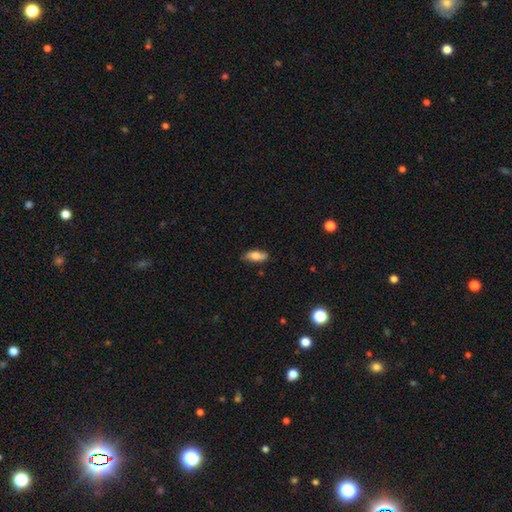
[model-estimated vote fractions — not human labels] The model was most divided on "smooth or featured": smooth: 74%, featured or disk: 20%, star or artifact: 7%. More confident: how rounded — in between (81%); merging — none (78%).